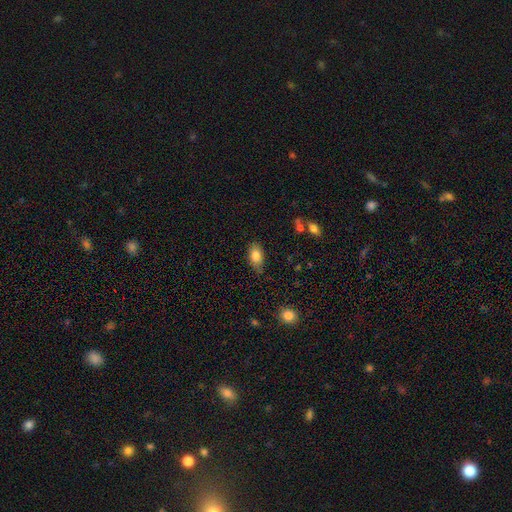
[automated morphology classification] Smooth or featured? Predicted: smooth (p=0.81). How rounded? Predicted: in between (p=0.85). Merging? Predicted: none (p=0.72).